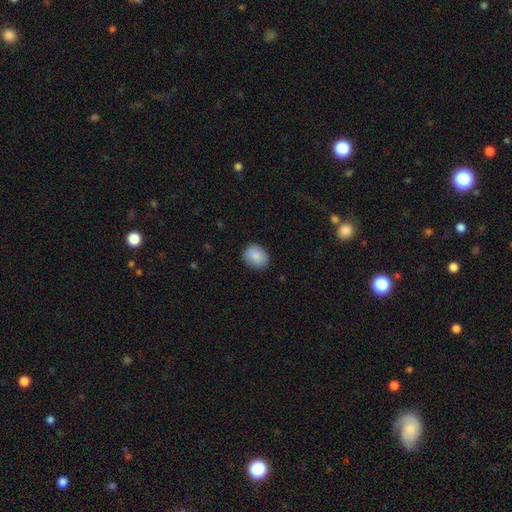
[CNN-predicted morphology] A smooth galaxy with no disk features (85%) that is round (52%). Merging: none (84%).